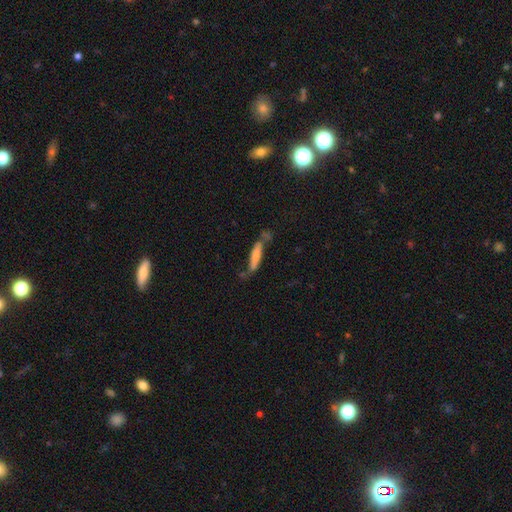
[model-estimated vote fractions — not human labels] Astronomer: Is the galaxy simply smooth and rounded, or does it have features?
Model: smooth — 66%.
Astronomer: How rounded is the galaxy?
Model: cigar-shaped — 84%.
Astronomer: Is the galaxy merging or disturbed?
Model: none — 50%.